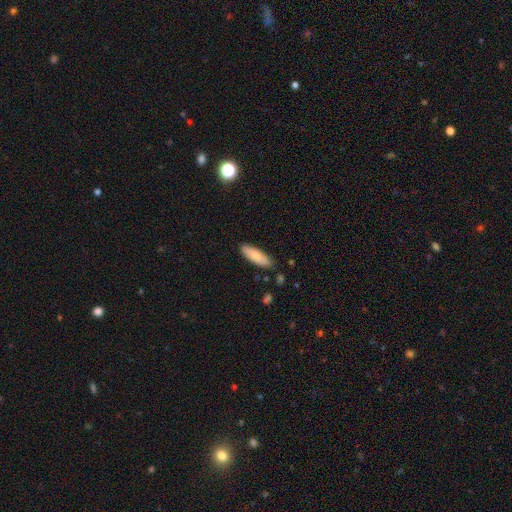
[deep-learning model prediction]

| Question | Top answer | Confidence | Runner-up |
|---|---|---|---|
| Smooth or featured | smooth | 83% | featured or disk (11%) |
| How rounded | in between | 54% | cigar-shaped (45%) |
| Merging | none | 84% | minor disturbance (12%) |